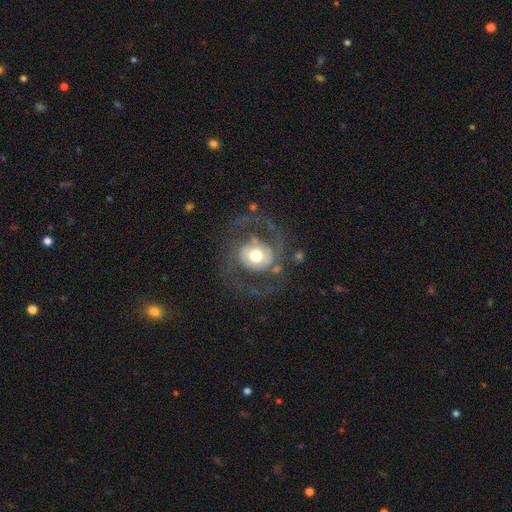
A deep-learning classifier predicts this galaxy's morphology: The model was most divided on "spiral winding": medium: 48%, loose: 31%, tight: 21%. More confident: edge-on disk — no (97%); spiral arms — yes (80%); spiral arm count — 2 (75%); smooth or featured — featured or disk (72%); bar — no (68%); bulge size — moderate (60%); merging — none (58%).